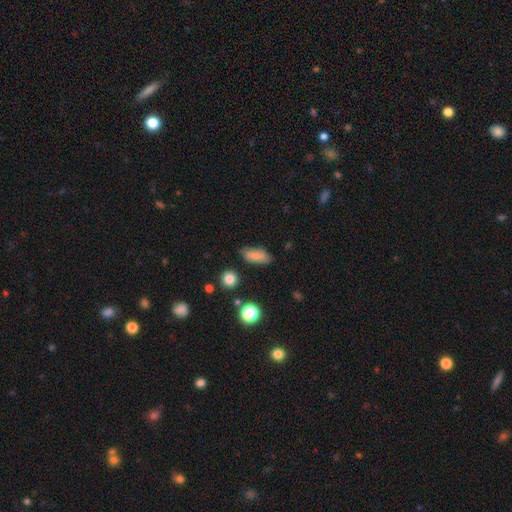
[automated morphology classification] smooth 79%, featured or disk 11%, star or artifact 10%. Down the decision tree: how rounded — in between (82%); merging — none (72%).